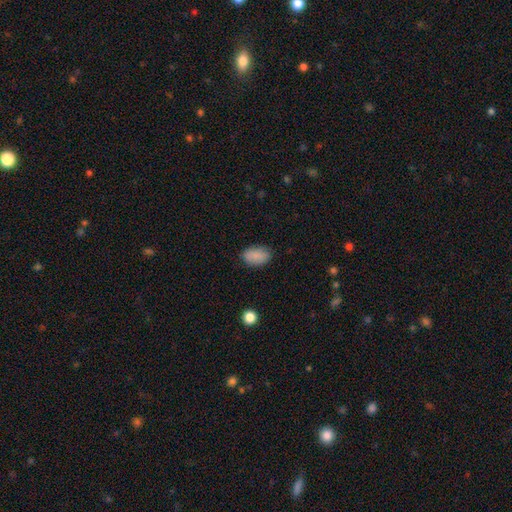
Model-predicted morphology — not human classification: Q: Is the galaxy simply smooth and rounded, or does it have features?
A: smooth — 87%.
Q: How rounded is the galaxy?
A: in between — 90%.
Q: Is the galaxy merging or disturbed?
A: none — 84%.